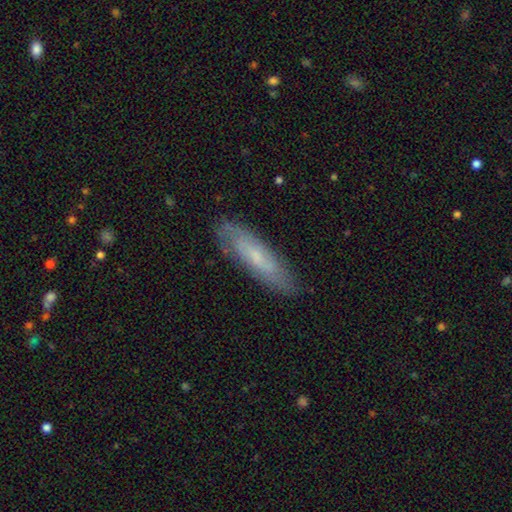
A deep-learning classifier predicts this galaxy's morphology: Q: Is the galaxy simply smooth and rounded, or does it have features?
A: featured or disk — 50%.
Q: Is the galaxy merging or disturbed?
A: none — 81%.